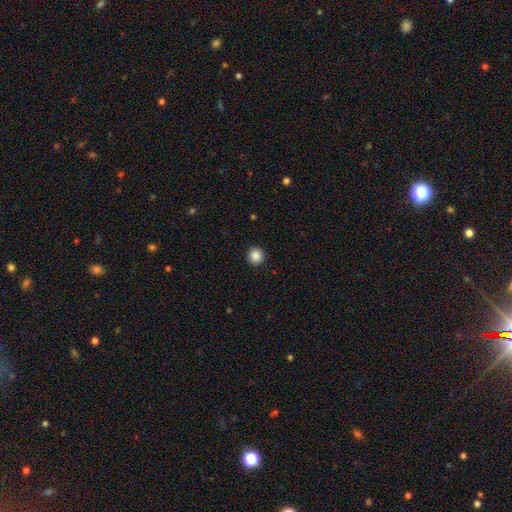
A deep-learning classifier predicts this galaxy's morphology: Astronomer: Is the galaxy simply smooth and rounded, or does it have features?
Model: smooth — 88%.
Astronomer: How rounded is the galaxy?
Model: round — 95%.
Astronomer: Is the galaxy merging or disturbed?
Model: none — 93%.